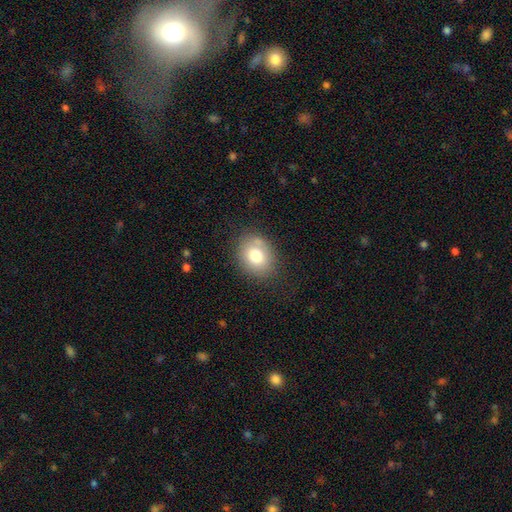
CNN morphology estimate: This appears to be a smooth galaxy with no disk features (76%) that is in between round and cigar-shaped (50%). Merging: none (78%).